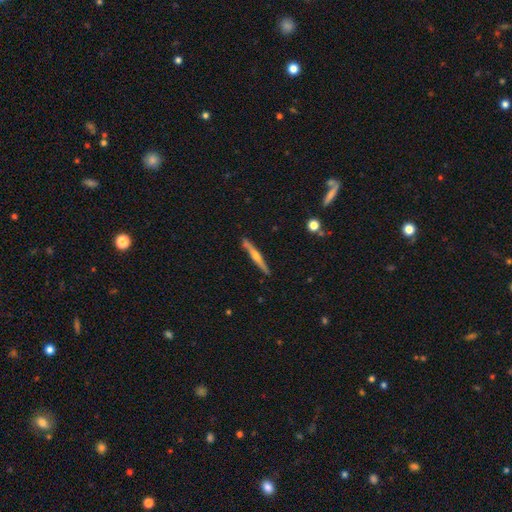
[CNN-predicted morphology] Smooth or featured? featured or disk (63%)
Edge-on disk? yes (97%)
Edge-on bulge? rounded (79%)
Merging? none (89%)